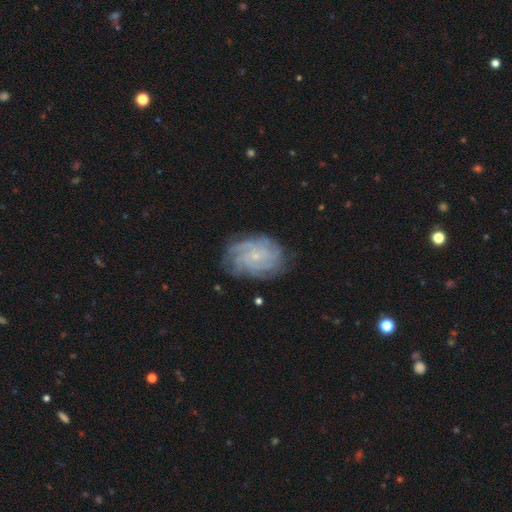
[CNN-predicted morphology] Smooth or featured?
  - featured or disk: 84% *
  - smooth: 9%
  - star or artifact: 7%
Edge-on disk?
  - no: 97% *
  - yes: 3%
Bar?
  - no: 75% *
  - weak: 21%
  - strong: 4%
Spiral arms?
  - yes: 97% *
  - no: 3%
Spiral winding?
  - tight: 70% *
  - medium: 25%
  - loose: 5%
Spiral arm count?
  - 4: 31% *
  - can't tell: 23%
  - more than 4: 19%
  - 3: 12%
  - 2: 8%
  - 1: 7%
Bulge size?
  - small: 82% *
  - moderate: 12%
  - none: 4%
  - large: 1%
  - dominant: 1%
Merging?
  - none: 78% *
  - minor disturbance: 16%
  - major disturbance: 5%
  - merger: 1%